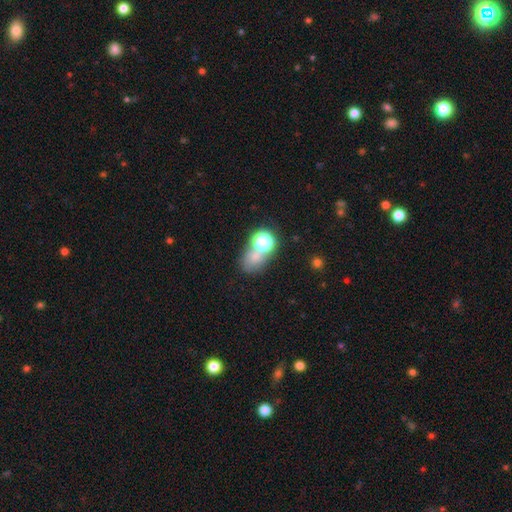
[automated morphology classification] This is possibly a smooth galaxy (59%). How rounded: possibly round (52%). Merging: marginally none (40%).